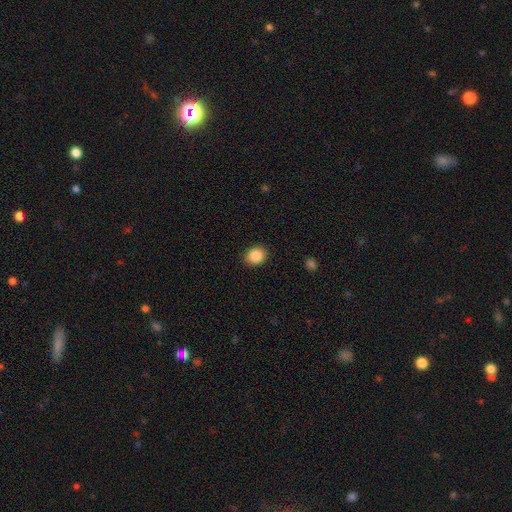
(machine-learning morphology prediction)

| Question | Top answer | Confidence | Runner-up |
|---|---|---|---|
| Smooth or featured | smooth | 88% | star or artifact (9%) |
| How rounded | round | 57% | in between (42%) |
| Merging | none | 90% | minor disturbance (7%) |